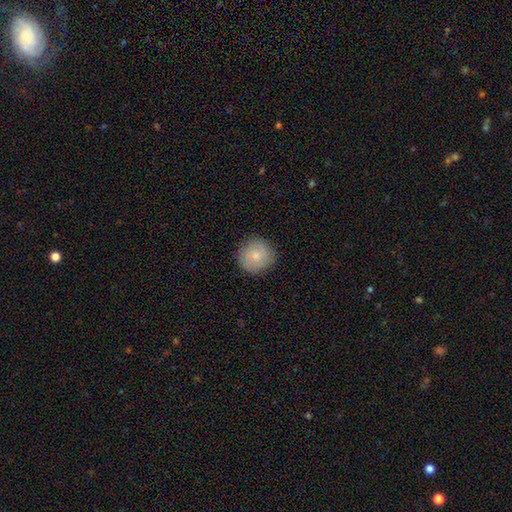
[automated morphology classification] smooth_or_featured: smooth (p=0.75) [alt: featured or disk p=0.17]
how_rounded: round (p=0.92) [alt: in between p=0.07]
merging: none (p=0.85) [alt: minor disturbance p=0.11]